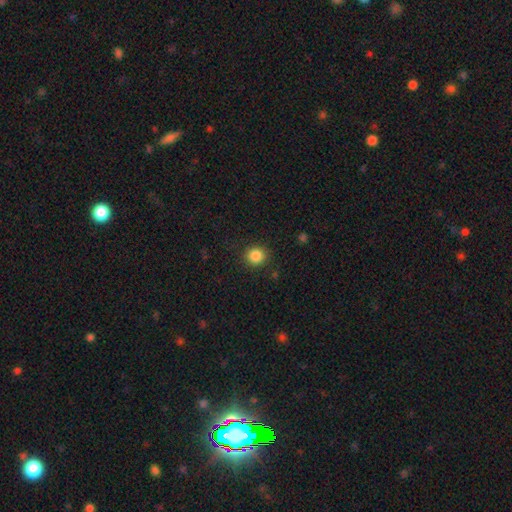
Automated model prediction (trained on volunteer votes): This appears to be a smooth galaxy with no disk features (86%) that is round (91%). Merging: none (89%).